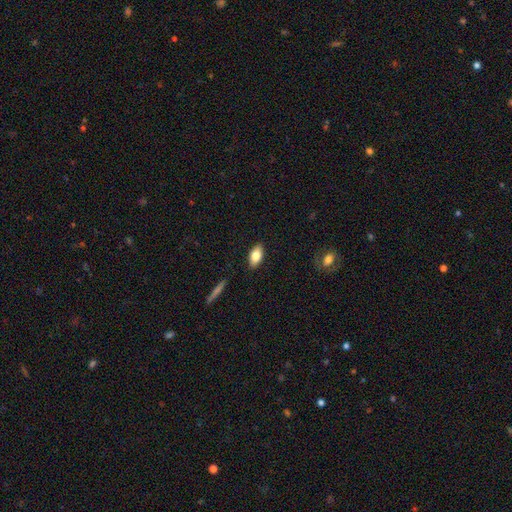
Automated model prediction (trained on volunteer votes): Morphology: type=smooth (78%); roundness=in between (89%); merging=none (88%).